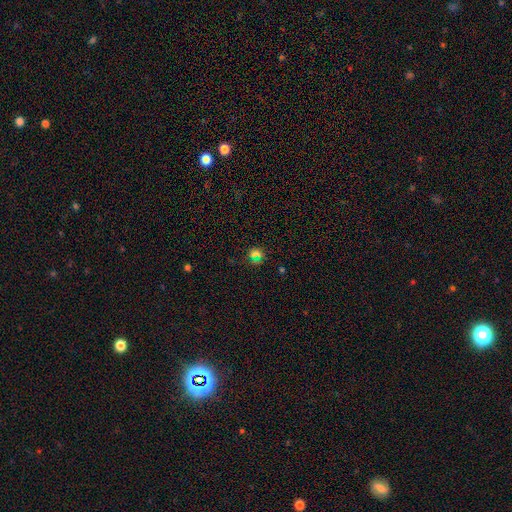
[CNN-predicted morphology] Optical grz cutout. It shows a smooth galaxy with no disk features (55%) that is round (80%). Merging: none (79%).